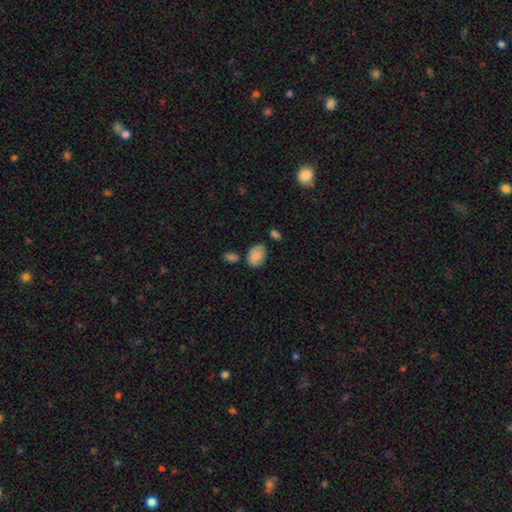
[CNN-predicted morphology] smooth_or_featured: smooth (p=0.83) [alt: featured or disk p=0.09]
how_rounded: in between (p=0.87) [alt: round p=0.12]
merging: none (p=0.65) [alt: minor disturbance p=0.20]